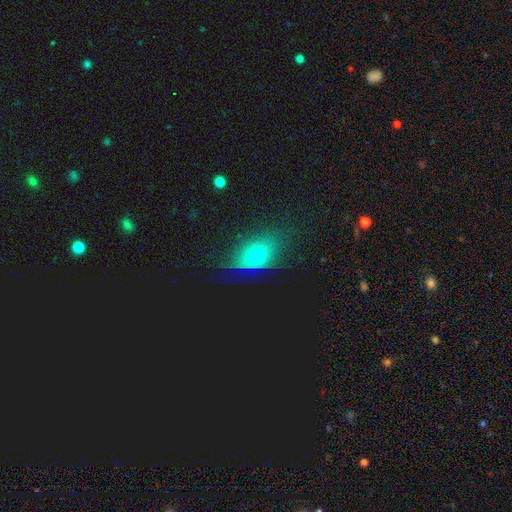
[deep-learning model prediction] Smooth or featured?
  - smooth: 62% *
  - star or artifact: 20%
  - featured or disk: 18%
How rounded?
  - in between: 69% *
  - round: 27%
  - cigar-shaped: 4%
Merging?
  - none: 67% *
  - minor disturbance: 20%
  - major disturbance: 11%
  - merger: 2%